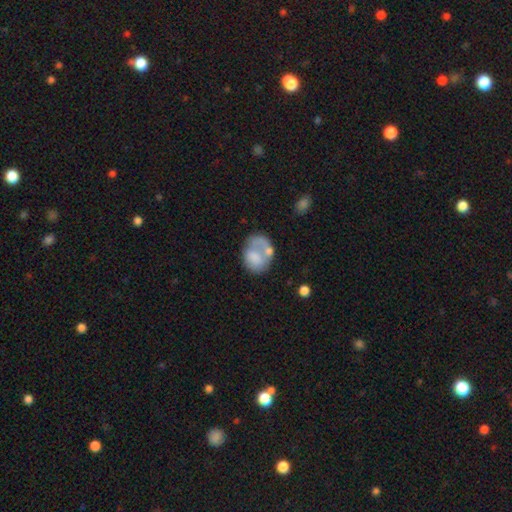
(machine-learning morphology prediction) Smooth or featured: smooth — 59% (featured or disk — 34%)
How rounded: in between — 58% (round — 41%)
Merging: none — 35% (major disturbance — 24%)